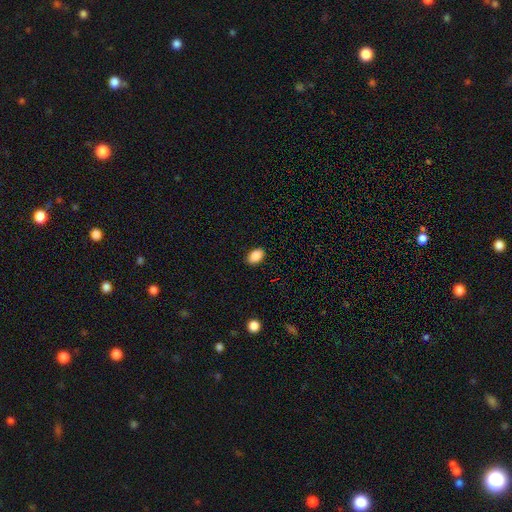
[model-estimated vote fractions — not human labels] Morphology: type=smooth (88%); roundness=in between (88%); merging=none (89%).